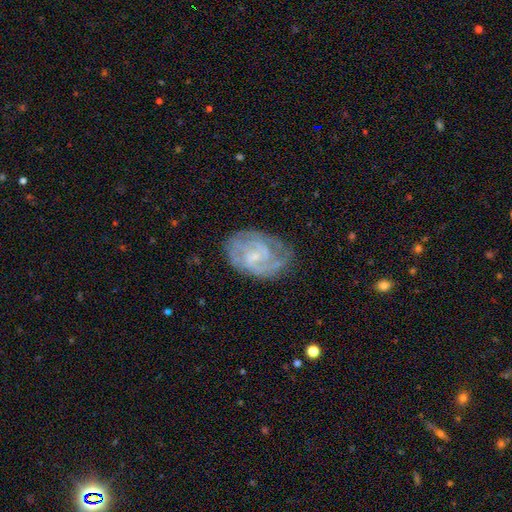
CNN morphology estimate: Q: Smooth or featured?
A: featured or disk (81%); runner-up: smooth (12%)
Q: Edge-on disk?
A: no (97%); runner-up: yes (3%)
Q: Bar?
A: no (50%); runner-up: weak (43%)
Q: Spiral arms?
A: yes (93%); runner-up: no (7%)
Q: Spiral winding?
A: tight (54%); runner-up: medium (37%)
Q: Spiral arm count?
A: 2 (40%); runner-up: can't tell (30%)
Q: Bulge size?
A: small (70%); runner-up: moderate (19%)
Q: Merging?
A: none (66%); runner-up: minor disturbance (23%)